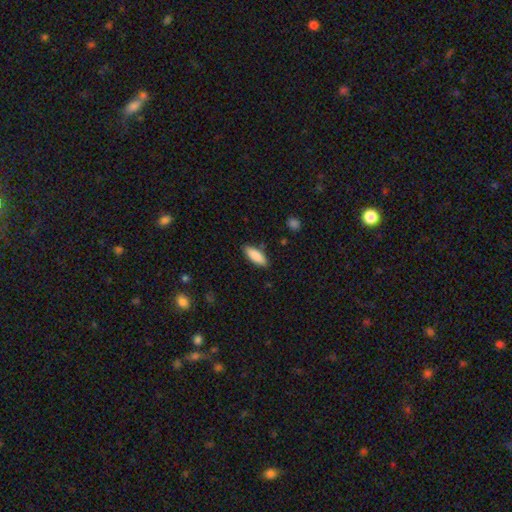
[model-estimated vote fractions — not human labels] This is clearly a smooth galaxy (87%). How rounded: likely in between (70%). Merging: clearly none (86%).